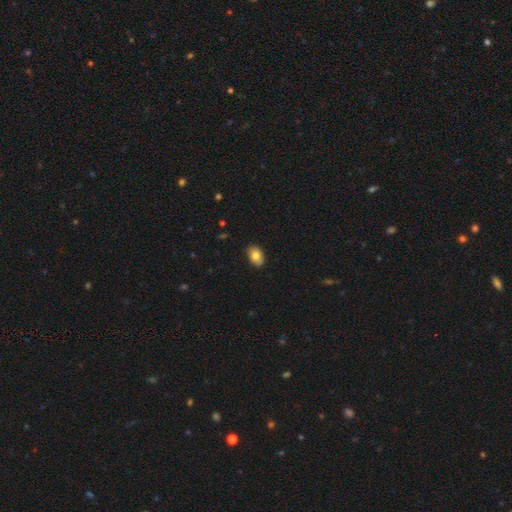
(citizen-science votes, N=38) This appears to be a smooth galaxy with no disk features (82%) that is in between round and cigar-shaped (90%). Merging: none (92%).